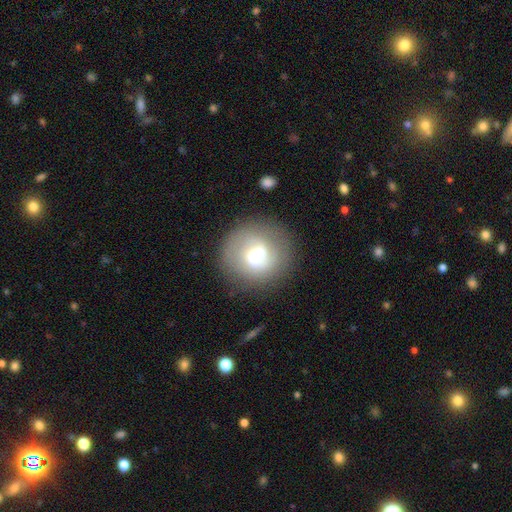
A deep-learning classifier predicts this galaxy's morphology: A featured or disk galaxy (48%). Merging: none (73%).